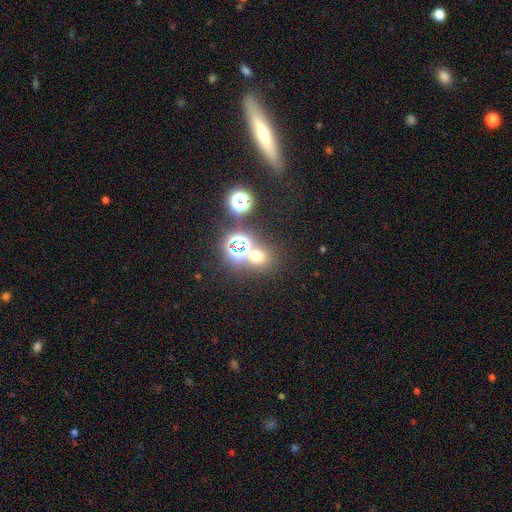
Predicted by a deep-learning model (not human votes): Morphology: type=smooth (50%); roundness=round (81%); merging=none (69%).